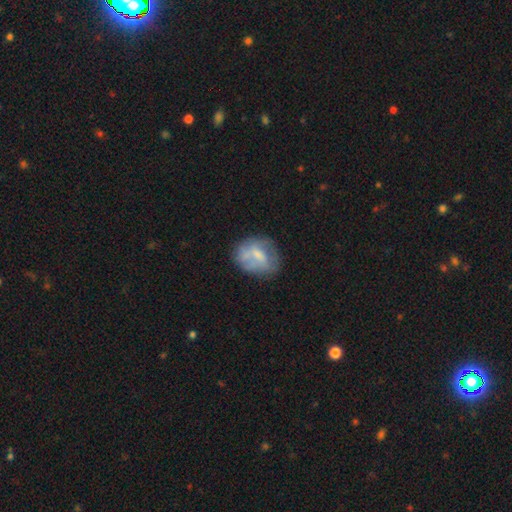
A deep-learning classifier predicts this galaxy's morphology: A smooth galaxy with no disk features (56%) that is in between round and cigar-shaped (54%). Merging: none (54%).